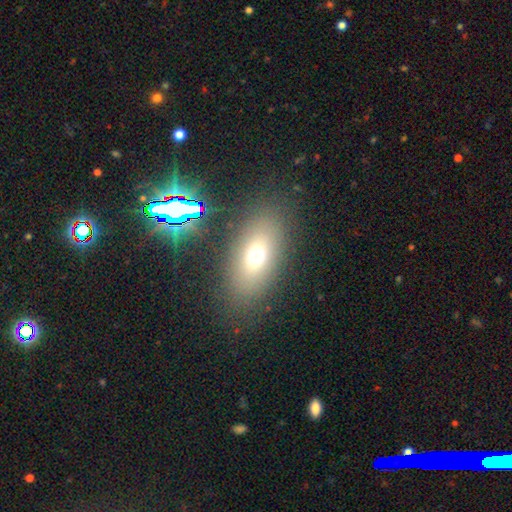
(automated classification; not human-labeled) This is likely a smooth galaxy (65%). How rounded: clearly in between (84%). Merging: clearly none (83%).